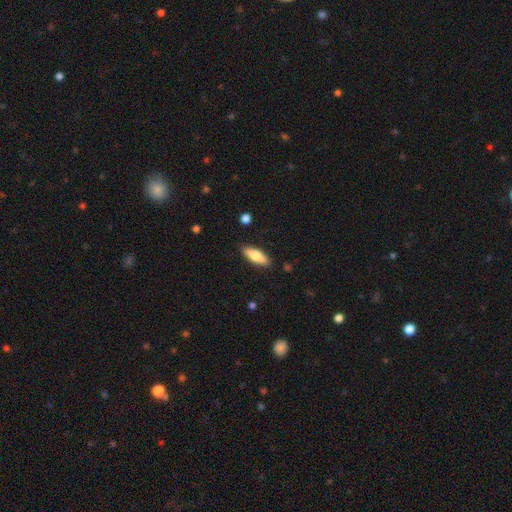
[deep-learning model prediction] A smooth galaxy with no disk features (70%) that is in between round and cigar-shaped (57%).

Vote fractions:
- Smooth or featured? smooth: 70% / featured or disk: 24% / star or artifact: 6%
- How rounded? in between: 57% / cigar-shaped: 41% / round: 2%
- Merging? none: 88% / minor disturbance: 9% / major disturbance: 2% / merger: 1%